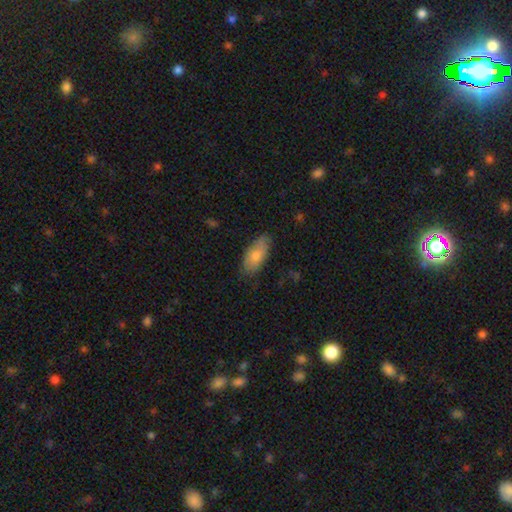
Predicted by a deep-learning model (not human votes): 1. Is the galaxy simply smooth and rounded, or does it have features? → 74% smooth, 20% featured or disk, 6% star or artifact.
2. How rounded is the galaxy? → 89% in between, 9% cigar-shaped, 3% round.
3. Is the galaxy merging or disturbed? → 73% none, 22% minor disturbance, 4% major disturbance, 1% merger.